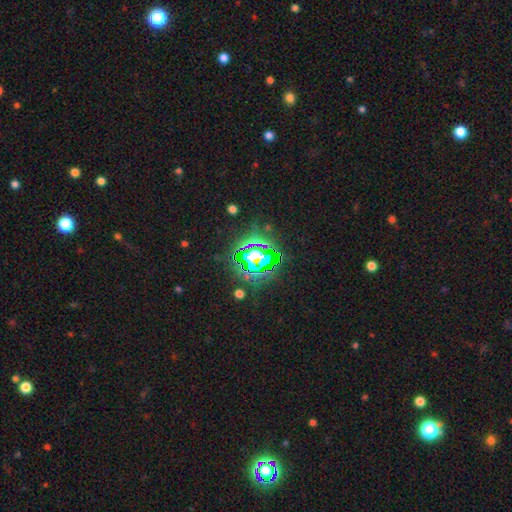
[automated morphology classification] This is likely a star or artifact rather than a galaxy (75%).